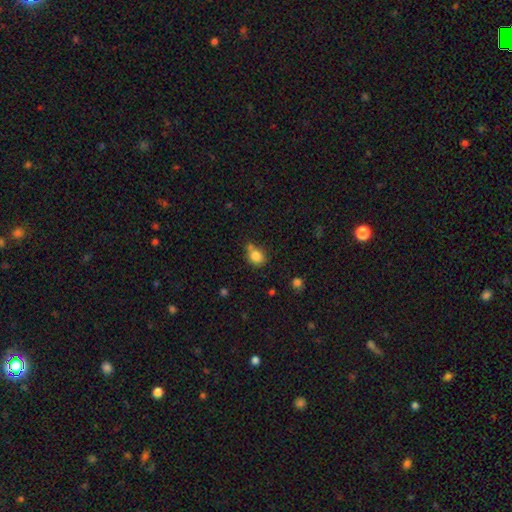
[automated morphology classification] Smooth or featured? Predicted: smooth (p=0.83). How rounded? Predicted: round (p=0.64). Merging? Predicted: none (p=0.51).